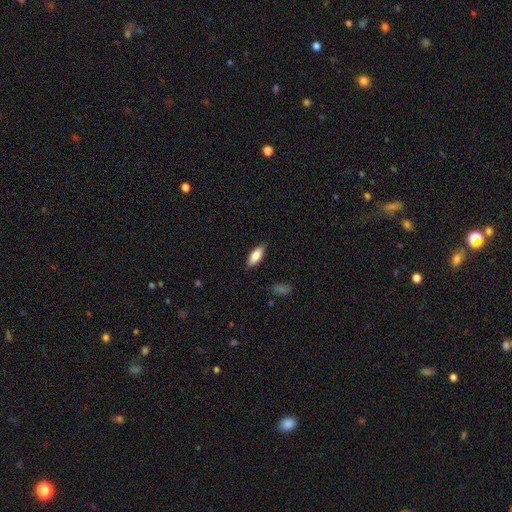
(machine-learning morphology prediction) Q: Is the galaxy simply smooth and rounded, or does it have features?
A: smooth — 80%.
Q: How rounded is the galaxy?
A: in between — 73%.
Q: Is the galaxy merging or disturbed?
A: none — 85%.